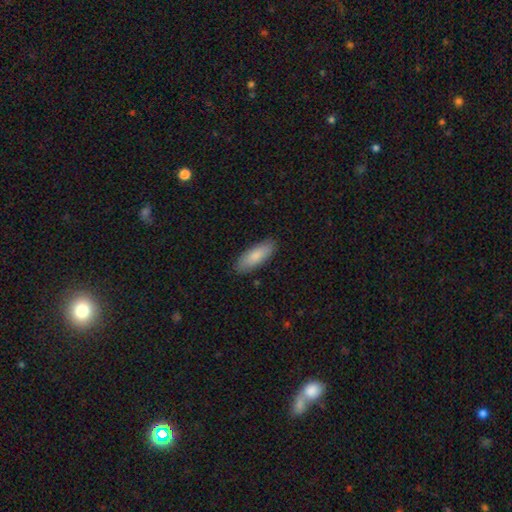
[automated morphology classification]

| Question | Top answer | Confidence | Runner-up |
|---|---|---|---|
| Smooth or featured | smooth | 84% | featured or disk (11%) |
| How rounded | in between | 65% | cigar-shaped (33%) |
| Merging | none | 87% | minor disturbance (10%) |